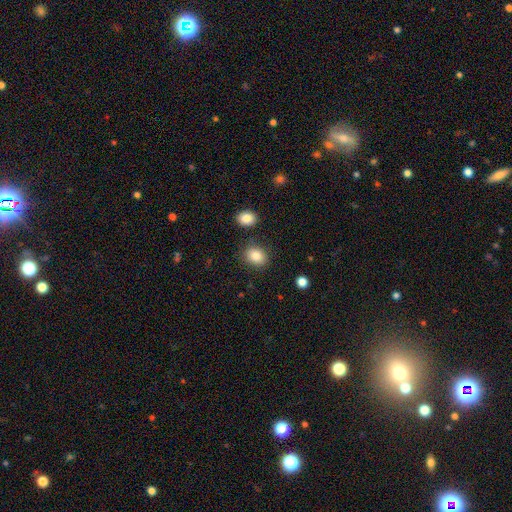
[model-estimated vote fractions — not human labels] This is clearly a smooth galaxy (85%). How rounded: possibly in between (53%). Merging: clearly none (82%).